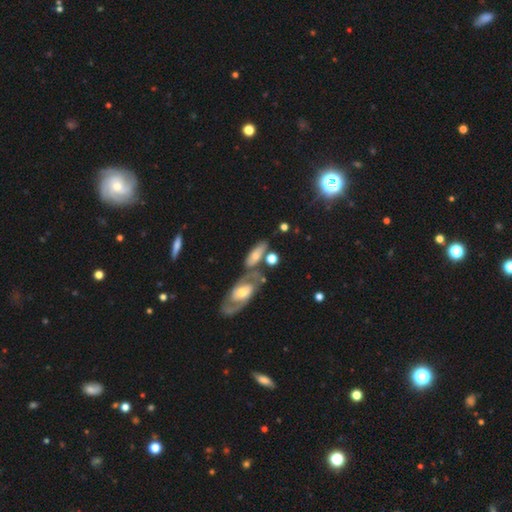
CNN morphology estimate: This is possibly a smooth galaxy (53%). How rounded: likely in between (75%). Merging: possibly none (47%).